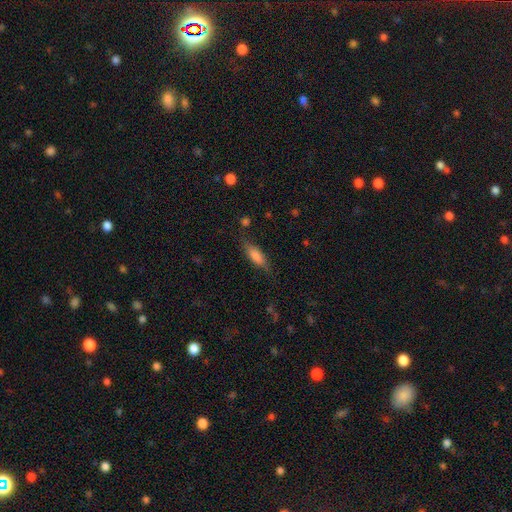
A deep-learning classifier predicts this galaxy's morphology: smooth 71%, featured or disk 21%, star or artifact 8%. Down the decision tree: how rounded — in between (54%); merging — none (72%).